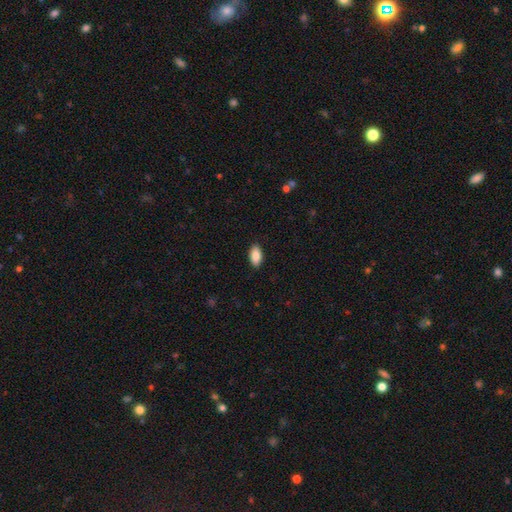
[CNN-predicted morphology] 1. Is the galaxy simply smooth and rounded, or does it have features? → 89% smooth, 7% star or artifact, 5% featured or disk.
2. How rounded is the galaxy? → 94% in between, 3% cigar-shaped, 3% round.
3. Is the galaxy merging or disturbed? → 89% none, 8% minor disturbance, 2% major disturbance, 1% merger.